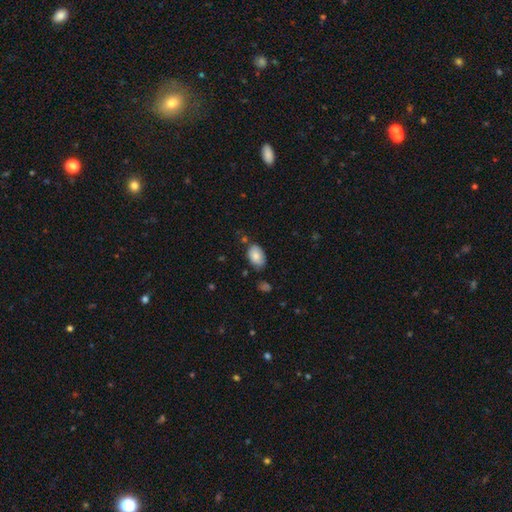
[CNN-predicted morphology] Q: Smooth or featured?
A: smooth (83%); runner-up: featured or disk (10%)
Q: How rounded?
A: in between (91%); runner-up: round (8%)
Q: Merging?
A: none (71%); runner-up: minor disturbance (21%)